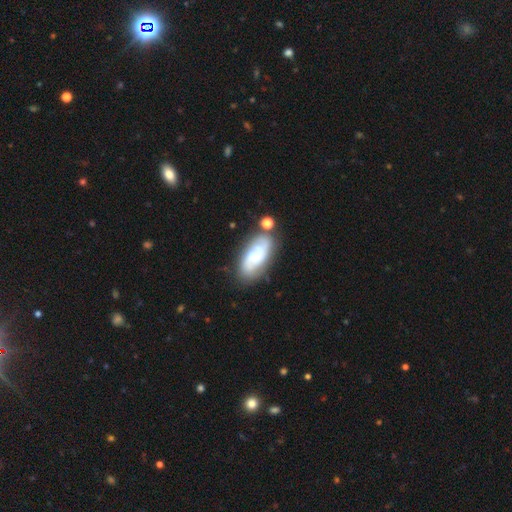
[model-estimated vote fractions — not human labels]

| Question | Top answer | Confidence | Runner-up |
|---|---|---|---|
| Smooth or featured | featured or disk | 57% | smooth (35%) |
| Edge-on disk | no | 92% | yes (8%) |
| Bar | no | 62% | weak (30%) |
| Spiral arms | yes | 85% | no (15%) |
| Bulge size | small | 46% | moderate (25%) |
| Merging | none | 63% | minor disturbance (18%) |